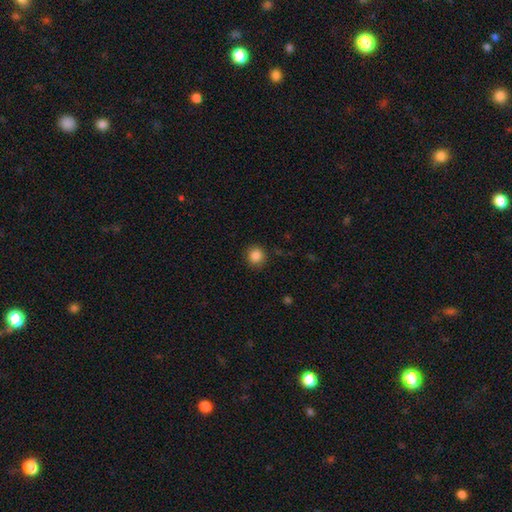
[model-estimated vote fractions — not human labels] Q: Smooth or featured?
A: smooth (86%); runner-up: star or artifact (10%)
Q: How rounded?
A: round (91%); runner-up: in between (8%)
Q: Merging?
A: none (89%); runner-up: minor disturbance (8%)